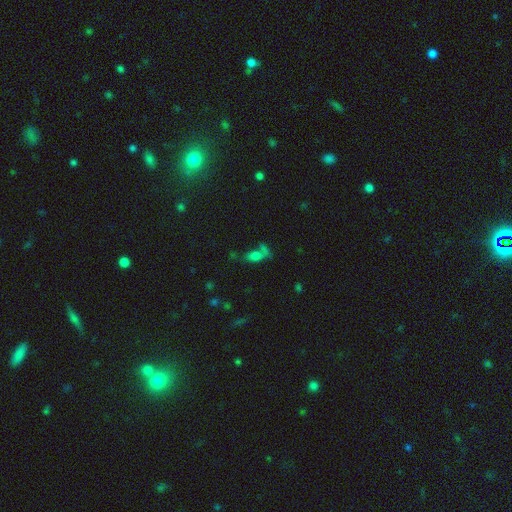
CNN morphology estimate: smooth-or-featured: smooth: 60% | star or artifact: 21% | featured or disk: 19%
  how-rounded: in between: 74% | cigar-shaped: 15% | round: 11%
  merging: none: 42% | merger: 30% | minor disturbance: 15% | major disturbance: 13%